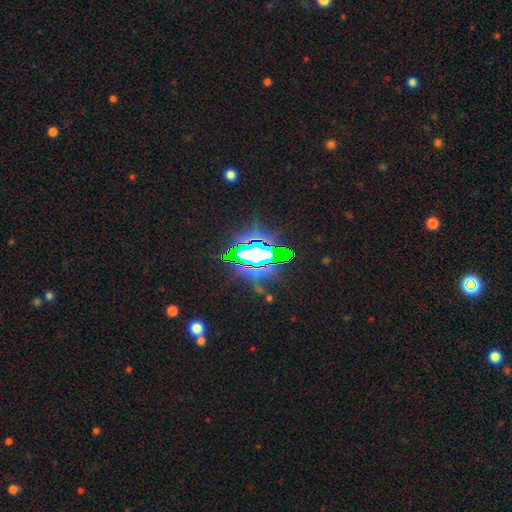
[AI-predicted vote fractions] smooth-or-featured: star or artifact: 72% | featured or disk: 14% | smooth: 14%